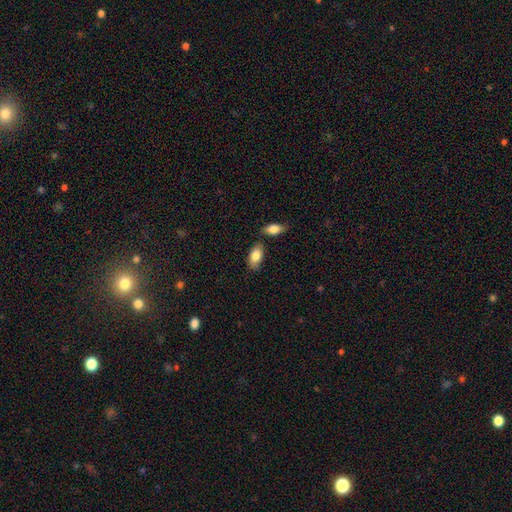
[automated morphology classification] This is clearly a smooth galaxy (84%). How rounded: clearly in between (93%). Merging: likely none (71%).